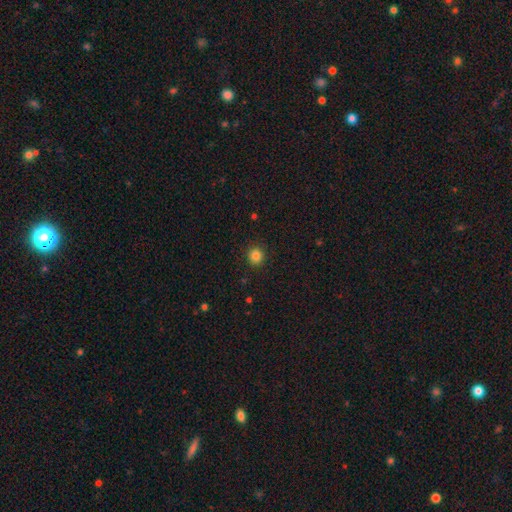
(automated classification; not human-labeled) Smooth or featured? smooth (84%)
How rounded? round (91%)
Merging? none (92%)